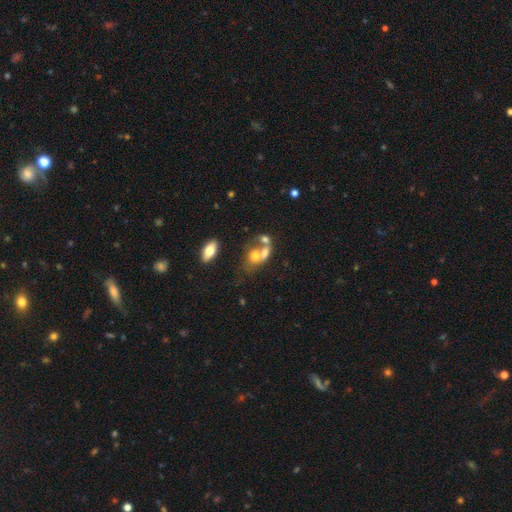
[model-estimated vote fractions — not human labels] A smooth galaxy with no disk features (60%) that is in between round and cigar-shaped (64%). Merging: merger (60%).